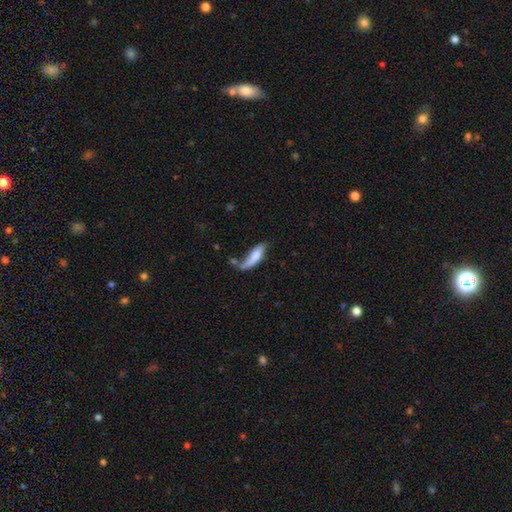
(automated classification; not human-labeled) Q: Smooth or featured?
A: smooth (66%); runner-up: featured or disk (28%)
Q: How rounded?
A: cigar-shaped (52%); runner-up: in between (45%)
Q: Merging?
A: none (36%); runner-up: minor disturbance (26%)